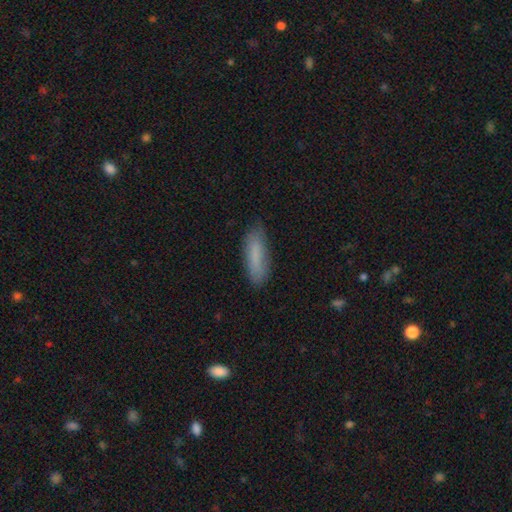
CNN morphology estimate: type=smooth (81%); roundness=cigar-shaped (55%); merging=none (79%).